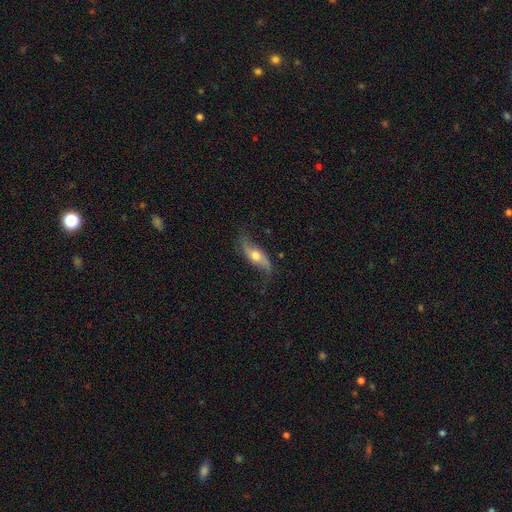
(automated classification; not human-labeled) Morphology: type=featured or disk (68%); edge-on=no (77%); bar=no (65%); spiral arms=yes (88%); bulge=moderate (66%); merging=none (69%).